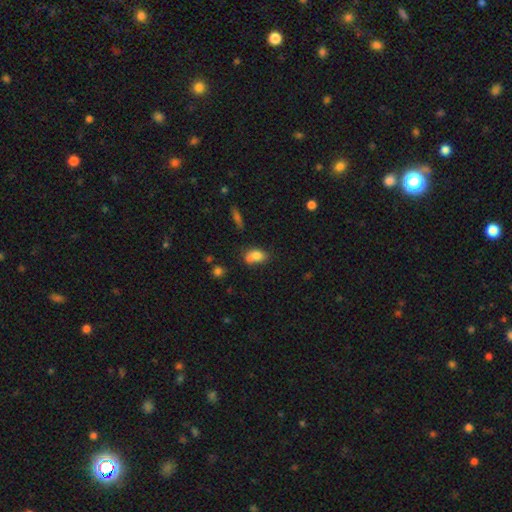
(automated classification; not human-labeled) Q: Smooth or featured?
A: smooth (77%); runner-up: featured or disk (12%)
Q: How rounded?
A: in between (80%); runner-up: round (18%)
Q: Merging?
A: none (42%); runner-up: merger (27%)